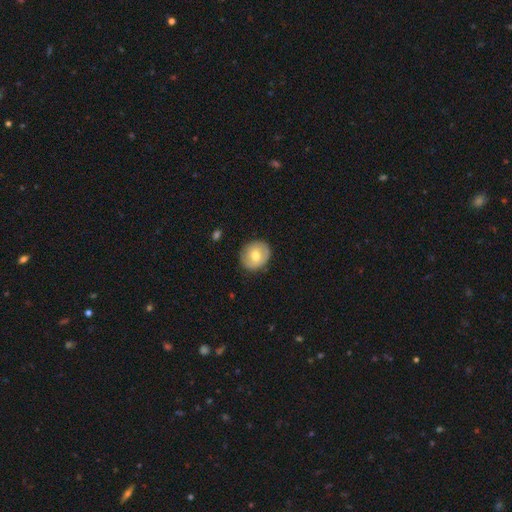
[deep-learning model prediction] Smooth or featured? smooth (61%)
How rounded? round (79%)
Merging? none (84%)